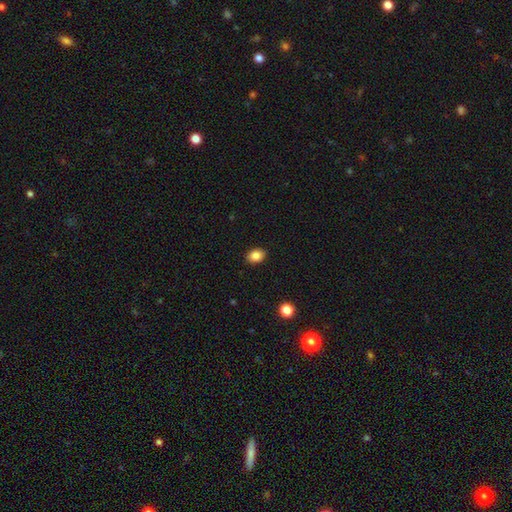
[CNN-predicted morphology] smooth 86%, star or artifact 9%, featured or disk 5%. Down the decision tree: how rounded — in between (69%); merging — none (90%).